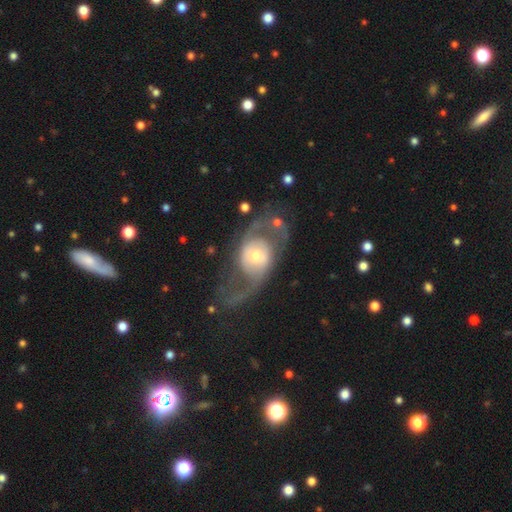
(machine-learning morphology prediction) A featured or disk galaxy (73%) with no bar (62%), spiral arms (71%) and a moderate central bulge (49%). Merging: none (49%).